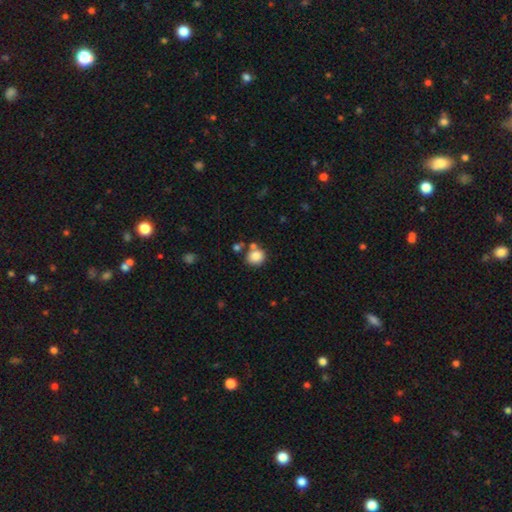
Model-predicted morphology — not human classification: A smooth galaxy with no disk features (84%) that is round (81%). Merging: none (67%).